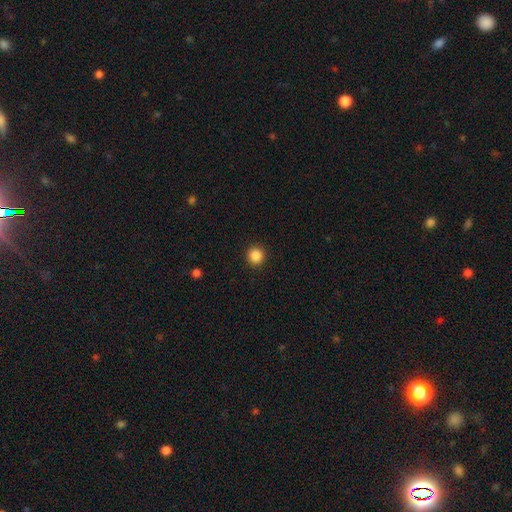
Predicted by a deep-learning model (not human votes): Smooth or featured?
  - smooth: 87% *
  - star or artifact: 10%
  - featured or disk: 3%
How rounded?
  - round: 94% *
  - in between: 5%
  - cigar-shaped: 1%
Merging?
  - none: 92% *
  - minor disturbance: 5%
  - major disturbance: 2%
  - merger: 1%